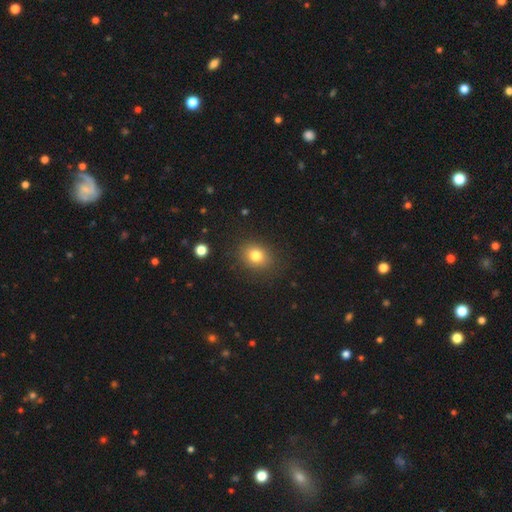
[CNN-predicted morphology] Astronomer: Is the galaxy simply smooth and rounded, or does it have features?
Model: smooth — 79%.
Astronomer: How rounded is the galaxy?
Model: round — 57% (runner-up: in between, 42%).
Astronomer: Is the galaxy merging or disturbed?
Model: none — 85%.